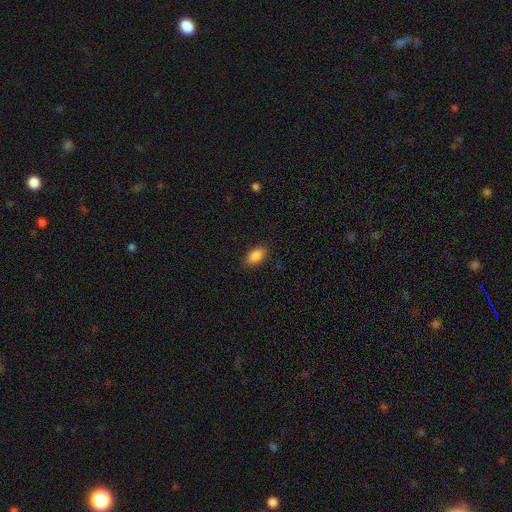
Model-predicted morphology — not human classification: Smooth or featured? Predicted: smooth (p=0.89). How rounded? Predicted: in between (p=0.92). Merging? Predicted: none (p=0.86).